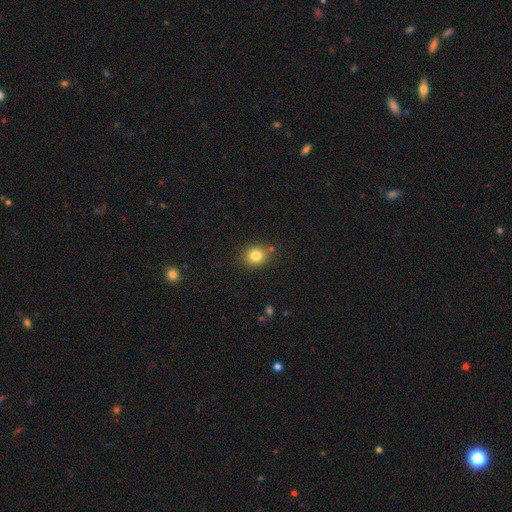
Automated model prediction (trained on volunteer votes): Smooth or featured? Predicted: smooth (p=0.81). How rounded? Predicted: round (p=0.76). Merging? Predicted: none (p=0.83).